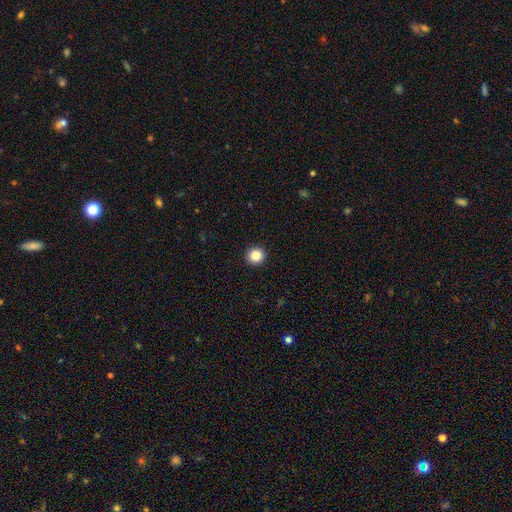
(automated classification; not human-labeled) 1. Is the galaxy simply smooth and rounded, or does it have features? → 87% smooth, 10% star or artifact, 3% featured or disk.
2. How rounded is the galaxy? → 92% round, 7% in between, 1% cigar-shaped.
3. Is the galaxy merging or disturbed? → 93% none, 5% minor disturbance, 2% major disturbance, 1% merger.